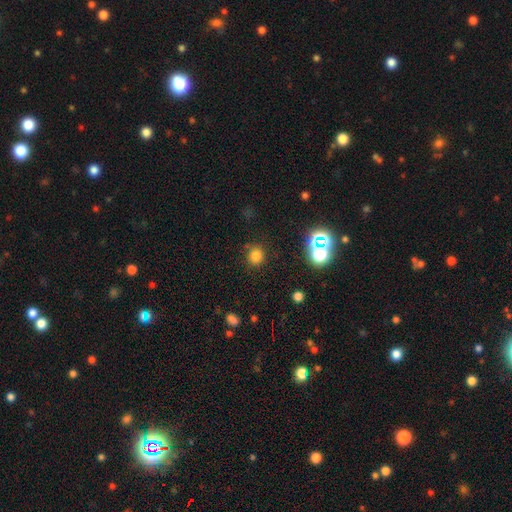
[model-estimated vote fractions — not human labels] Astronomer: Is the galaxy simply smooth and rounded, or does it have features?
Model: smooth — 76%.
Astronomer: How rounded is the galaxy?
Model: round — 85%.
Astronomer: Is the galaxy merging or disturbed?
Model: none — 84%.